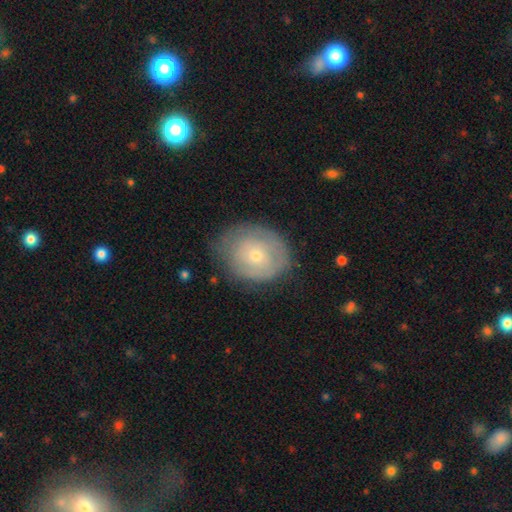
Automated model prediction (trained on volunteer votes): smooth_or_featured: smooth (p=0.48) [alt: featured or disk p=0.45]
merging: none (p=0.66) [alt: minor disturbance p=0.24]